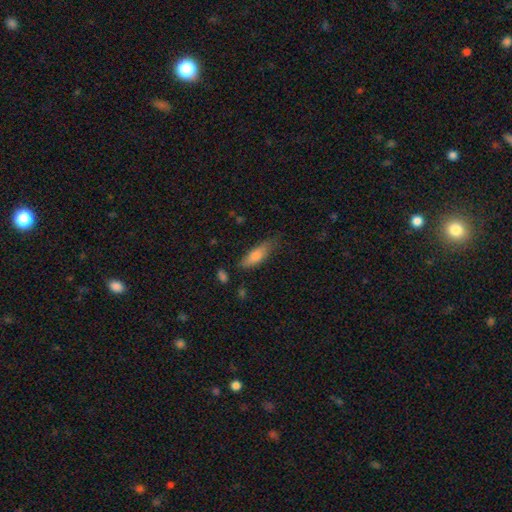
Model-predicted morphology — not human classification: Smooth or featured? Predicted: smooth (p=0.76). How rounded? Predicted: in between (p=0.56). Merging? Predicted: none (p=0.63).